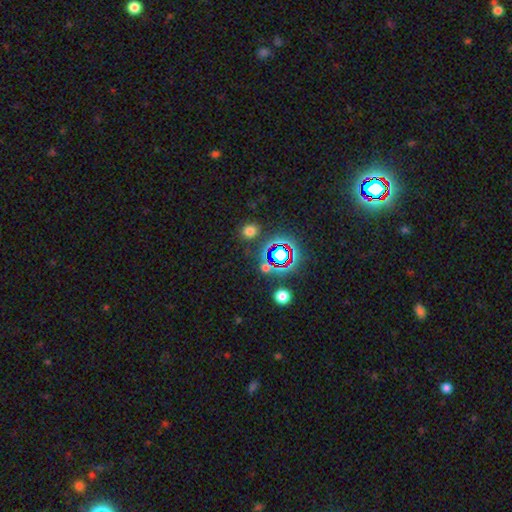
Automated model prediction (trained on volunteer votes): A star or artifact, not a galaxy (75%).

Vote fractions:
- Smooth or featured? star or artifact: 75% / smooth: 15% / featured or disk: 10%